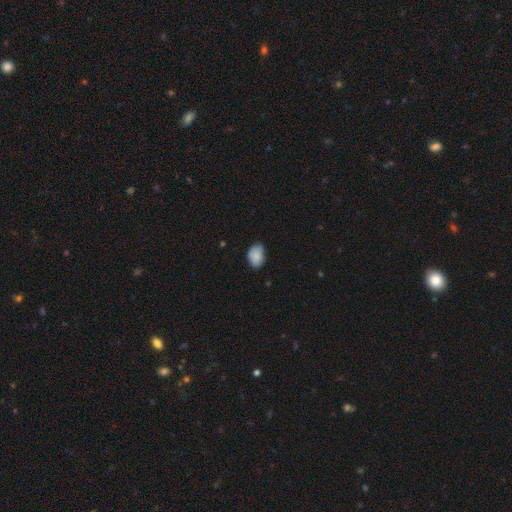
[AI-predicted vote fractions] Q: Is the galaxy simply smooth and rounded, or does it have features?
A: smooth — 85%.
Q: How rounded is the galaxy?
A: in between — 80%.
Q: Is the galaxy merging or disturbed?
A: none — 64%.